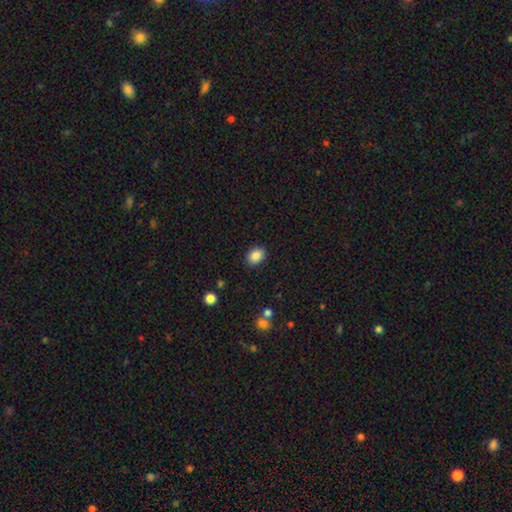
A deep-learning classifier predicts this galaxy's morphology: A smooth galaxy with no disk features (87%) that is in between round and cigar-shaped (69%).

Vote fractions:
- Smooth or featured? smooth: 87% / star or artifact: 9% / featured or disk: 5%
- How rounded? in between: 69% / round: 30% / cigar-shaped: 1%
- Merging? none: 88% / minor disturbance: 9% / major disturbance: 2% / merger: 1%